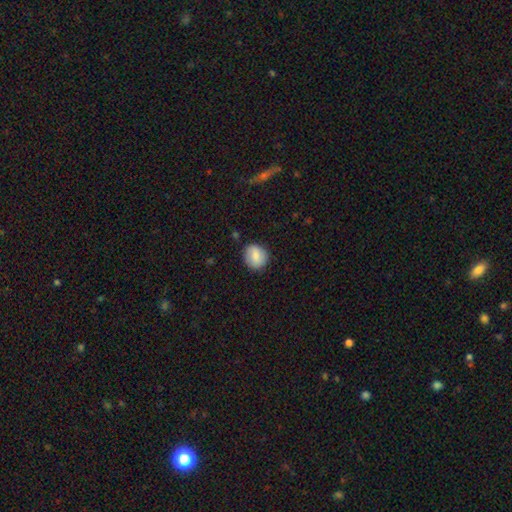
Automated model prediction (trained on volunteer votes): smooth 80%, featured or disk 13%, star or artifact 7%. Down the decision tree: how rounded — round (78%); merging — none (85%).